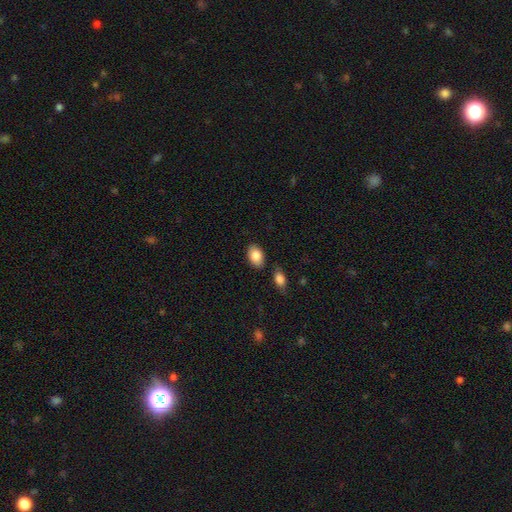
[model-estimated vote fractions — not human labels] smooth_or_featured: smooth (p=0.84) [alt: featured or disk p=0.09]
how_rounded: in between (p=0.87) [alt: round p=0.12]
merging: none (p=0.83) [alt: minor disturbance p=0.10]